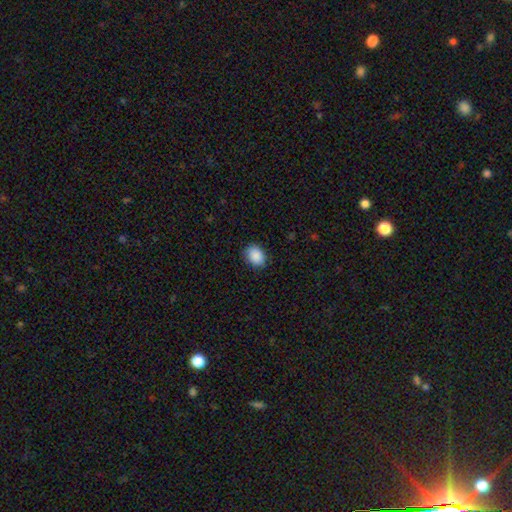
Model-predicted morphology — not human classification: type=smooth (90%); roundness=in between (67%); merging=none (85%).